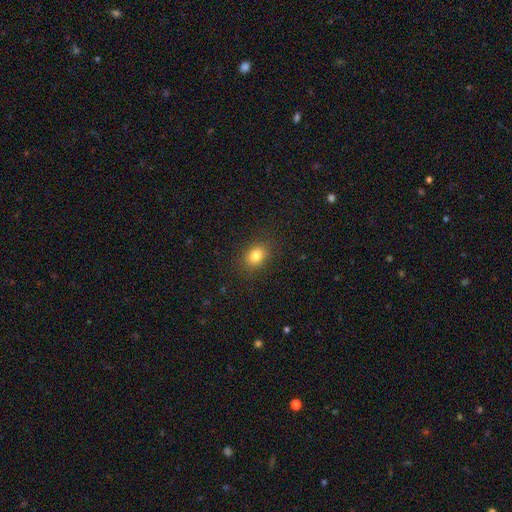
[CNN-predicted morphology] A smooth galaxy with no disk features (81%) that is in between round and cigar-shaped (58%). Merging: none (86%).